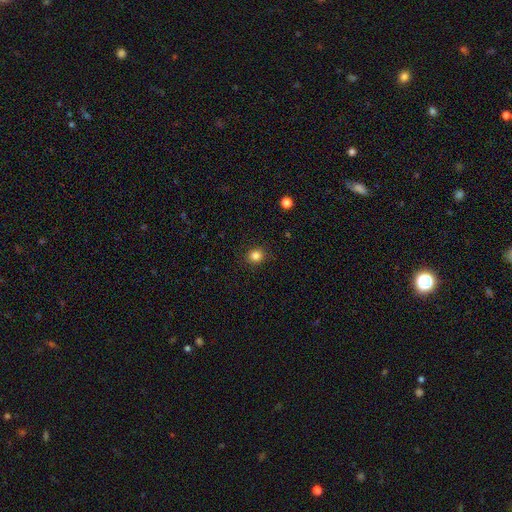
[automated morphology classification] type=smooth (84%); roundness=round (81%); merging=none (89%).